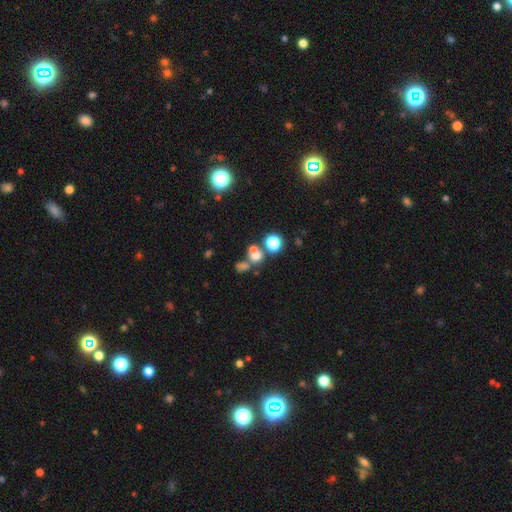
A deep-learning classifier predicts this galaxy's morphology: This is possibly a smooth galaxy (58%). How rounded: likely round (73%). Merging: possibly merger (45%).